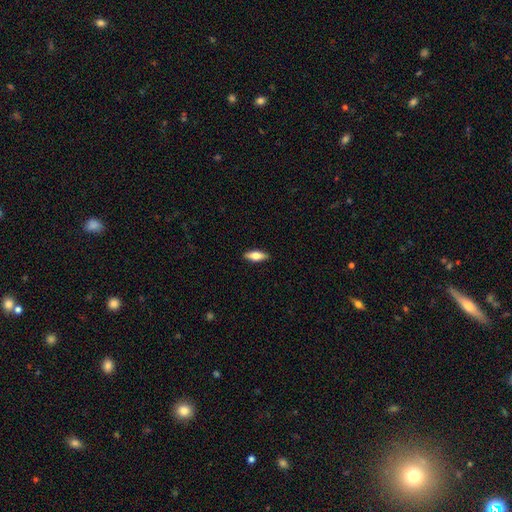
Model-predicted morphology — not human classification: This appears to be a smooth galaxy with no disk features (64%) that is in between round and cigar-shaped (69%). Merging: none (89%).